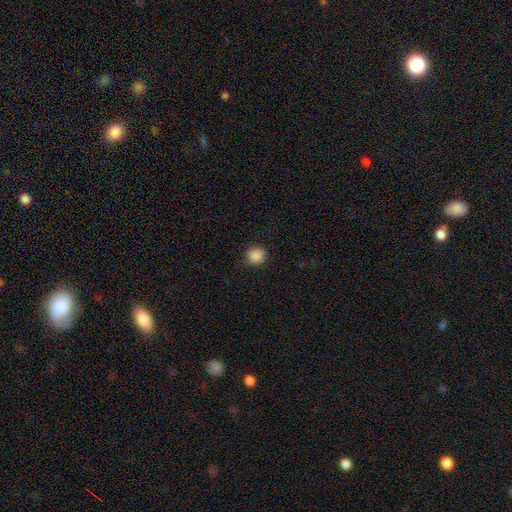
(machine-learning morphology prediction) type=smooth (88%); roundness=round (88%); merging=none (89%).